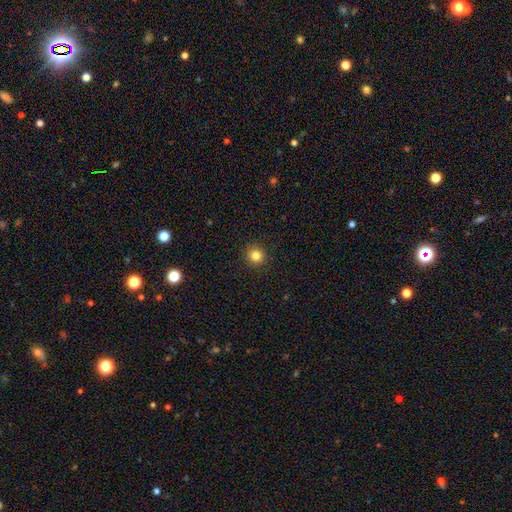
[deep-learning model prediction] Overall: smooth (83%). How rounded: round (94%). Merging: none (92%).